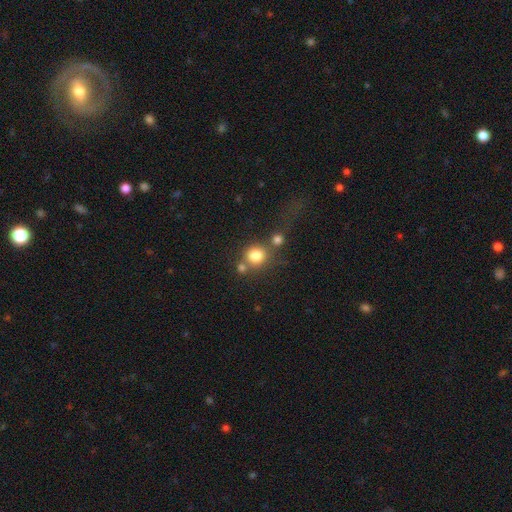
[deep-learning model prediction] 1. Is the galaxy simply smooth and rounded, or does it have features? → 80% smooth, 12% star or artifact, 8% featured or disk.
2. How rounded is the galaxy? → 88% round, 11% in between, 1% cigar-shaped.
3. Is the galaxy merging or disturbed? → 55% none, 30% merger, 9% minor disturbance, 6% major disturbance.